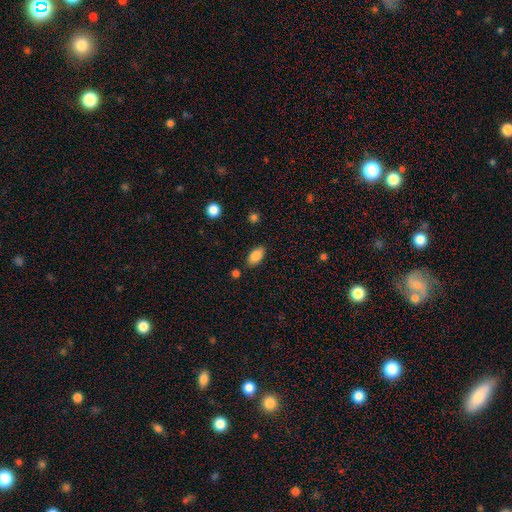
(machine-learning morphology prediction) smooth_or_featured: smooth (p=0.86) [alt: star or artifact p=0.08]
how_rounded: in between (p=0.93) [alt: round p=0.04]
merging: none (p=0.84) [alt: minor disturbance p=0.11]